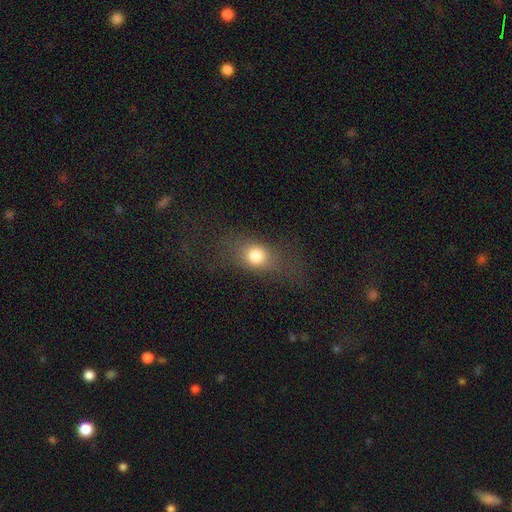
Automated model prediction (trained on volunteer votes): smooth 76%, star or artifact 12%, featured or disk 12%. Down the decision tree: how rounded — in between (50%); merging — none (66%).